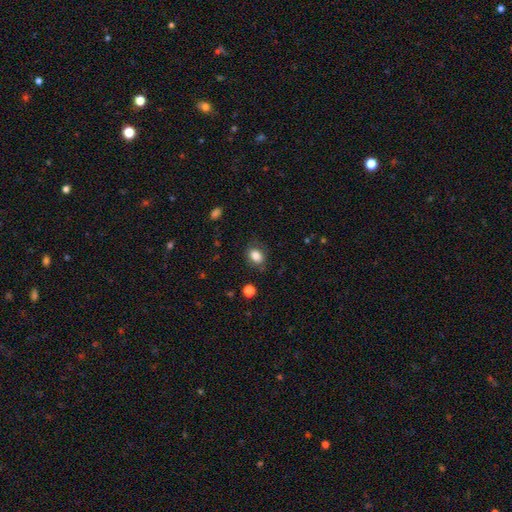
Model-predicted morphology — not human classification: Smooth or featured? Predicted: smooth (p=0.83). How rounded? Predicted: in between (p=0.69). Merging? Predicted: none (p=0.75).